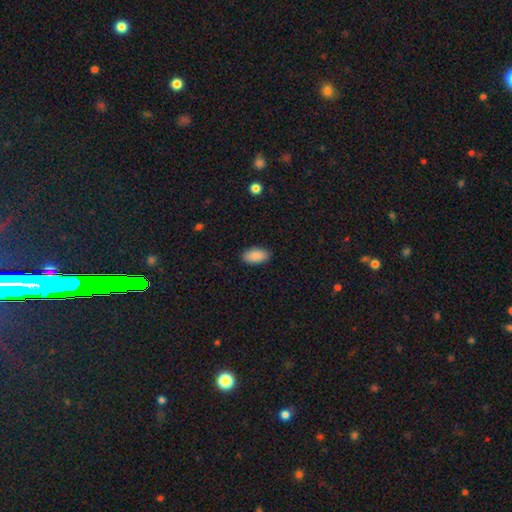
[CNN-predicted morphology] Smooth or featured: smooth — 90% (star or artifact — 7%)
How rounded: in between — 95% (round — 3%)
Merging: none — 88% (minor disturbance — 9%)